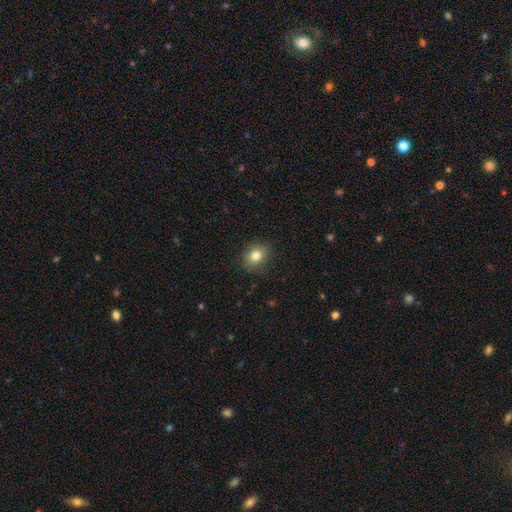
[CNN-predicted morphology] This appears to be a smooth galaxy with no disk features (81%) that is round (64%). Merging: none (88%).